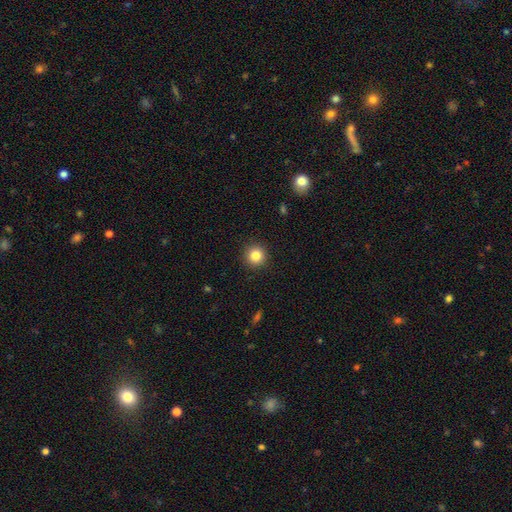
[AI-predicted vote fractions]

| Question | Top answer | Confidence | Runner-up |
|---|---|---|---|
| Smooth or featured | smooth | 83% | star or artifact (11%) |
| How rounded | round | 95% | in between (4%) |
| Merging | none | 92% | minor disturbance (5%) |